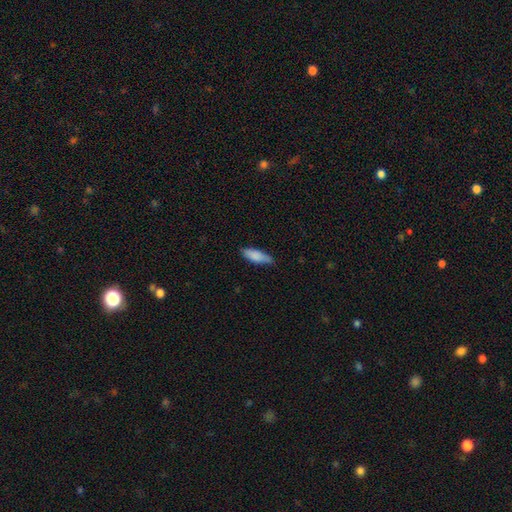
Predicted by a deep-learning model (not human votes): Overall: smooth (84%). How rounded: in between (61%; cigar-shaped 37%). Merging: none (73%).